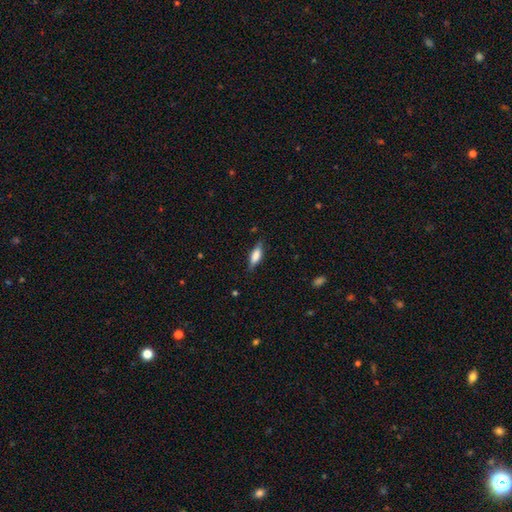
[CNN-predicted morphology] Smooth or featured?
  - smooth: 68% *
  - featured or disk: 25%
  - star or artifact: 7%
How rounded?
  - in between: 58% *
  - cigar-shaped: 39%
  - round: 2%
Merging?
  - none: 78% *
  - minor disturbance: 16%
  - major disturbance: 4%
  - merger: 1%